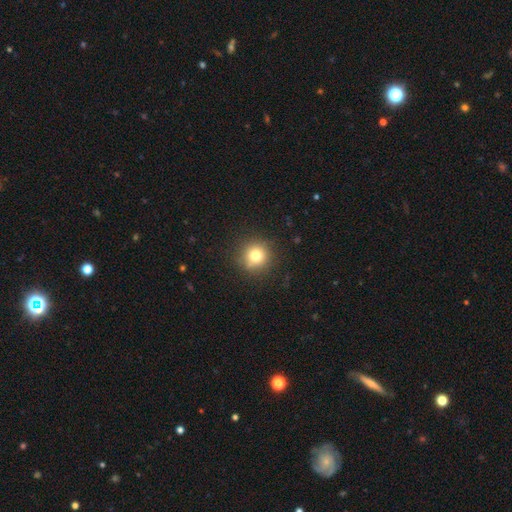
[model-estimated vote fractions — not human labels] Smooth or featured: smooth — 77% (star or artifact — 14%)
How rounded: round — 93% (in between — 6%)
Merging: none — 86% (minor disturbance — 9%)